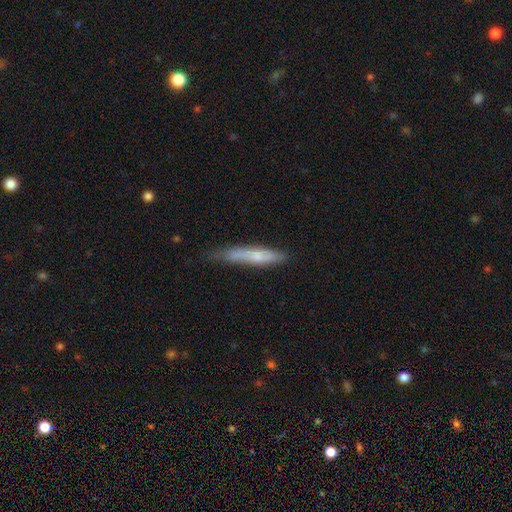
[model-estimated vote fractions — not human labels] A smooth galaxy with no disk features (61%) that is cigar-shaped (90%).

Vote fractions:
- Smooth or featured? smooth: 61% / featured or disk: 33% / star or artifact: 6%
- How rounded? cigar-shaped: 90% / in between: 9% / round: 1%
- Merging? none: 61% / minor disturbance: 30% / major disturbance: 6% / merger: 2%